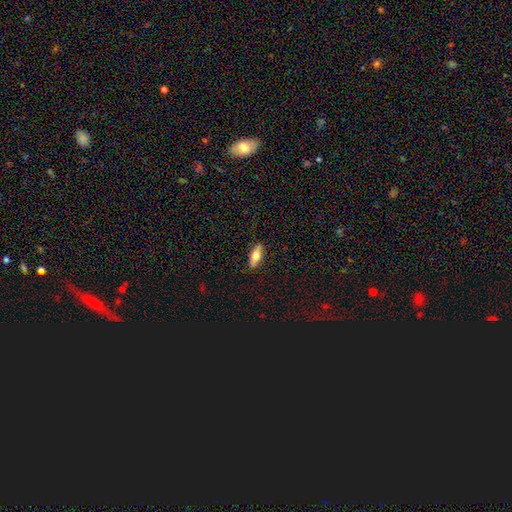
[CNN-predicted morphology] type=smooth (63%); roundness=in between (62%); merging=none (89%).